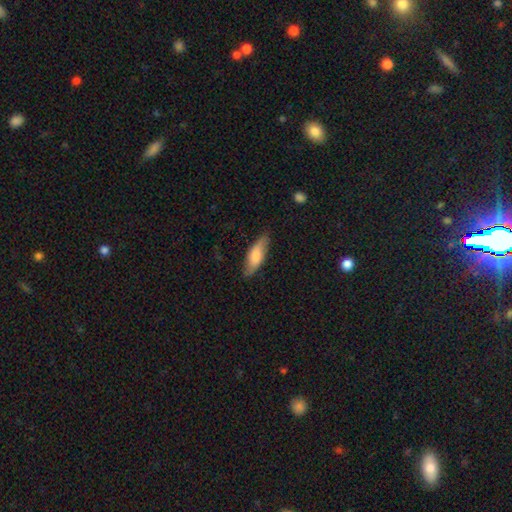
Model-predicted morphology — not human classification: A smooth galaxy with no disk features (73%) that is in between round and cigar-shaped (57%).

Vote fractions:
- Smooth or featured? smooth: 73% / featured or disk: 21% / star or artifact: 6%
- How rounded? in between: 57% / cigar-shaped: 41% / round: 2%
- Merging? none: 80% / minor disturbance: 16% / major disturbance: 3% / merger: 1%